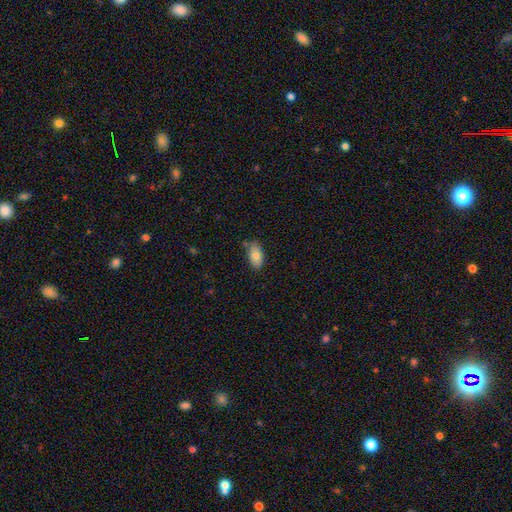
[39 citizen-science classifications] smooth_or_featured: smooth (p=0.77) [alt: featured or disk p=0.21]
how_rounded: in between (p=0.90) [alt: cigar-shaped p=0.07]
merging: none (p=0.68) [alt: minor disturbance p=0.26]